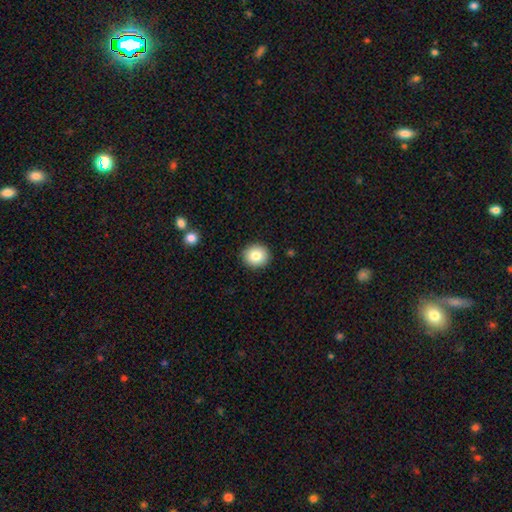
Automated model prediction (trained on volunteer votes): Overall: smooth (82%). How rounded: round (88%). Merging: none (92%).